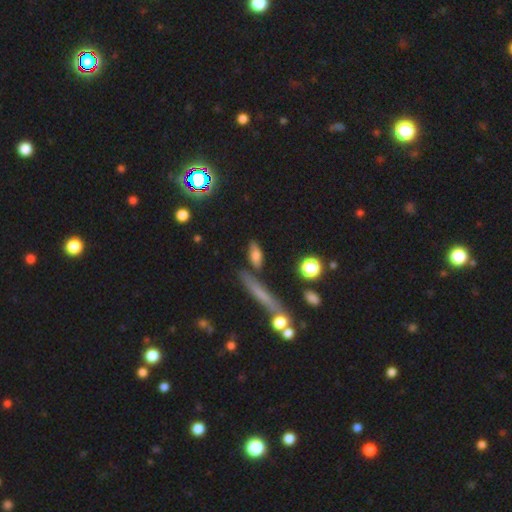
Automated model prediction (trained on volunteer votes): A smooth galaxy with no disk features (71%) that is in between round and cigar-shaped (67%).

Vote fractions:
- Smooth or featured? smooth: 71% / featured or disk: 20% / star or artifact: 9%
- How rounded? in between: 67% / cigar-shaped: 25% / round: 7%
- Merging? none: 71% / minor disturbance: 16% / merger: 8% / major disturbance: 5%